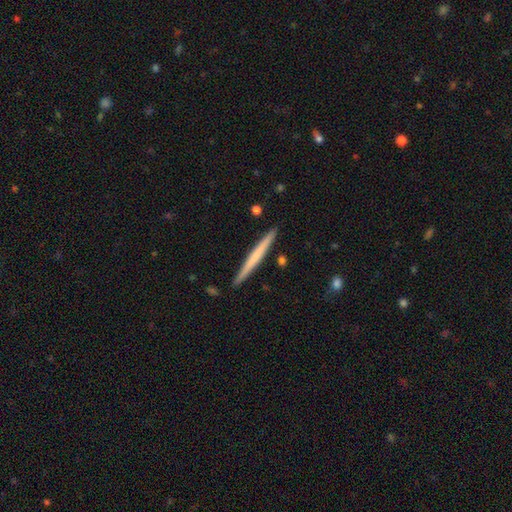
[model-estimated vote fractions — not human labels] smooth_or_featured: smooth (p=0.53) [alt: featured or disk p=0.42]
how_rounded: cigar-shaped (p=0.97) [alt: in between p=0.02]
merging: none (p=0.91) [alt: minor disturbance p=0.07]